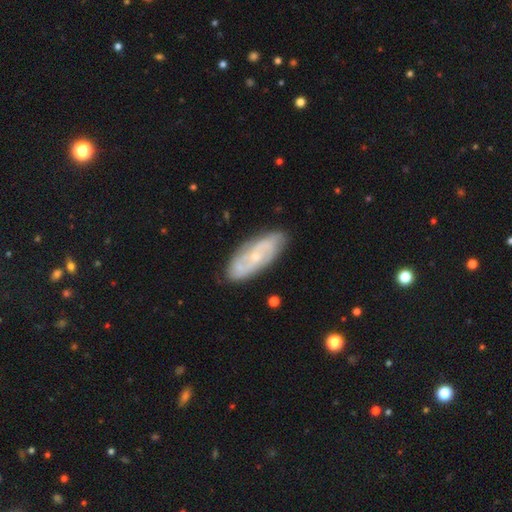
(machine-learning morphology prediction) smooth_or_featured: featured or disk (p=0.73) [alt: smooth p=0.21]
disk_edge_on: no (p=0.90) [alt: yes p=0.10]
bar: no (p=0.68) [alt: weak p=0.26]
has_spiral_arms: yes (p=0.87) [alt: no p=0.13]
spiral_winding: tight (p=0.47) [alt: medium p=0.37]
spiral_arm_count: 2 (p=0.45) [alt: can't tell p=0.33]
bulge_size: small (p=0.75) [alt: moderate p=0.21]
merging: none (p=0.82) [alt: minor disturbance p=0.13]